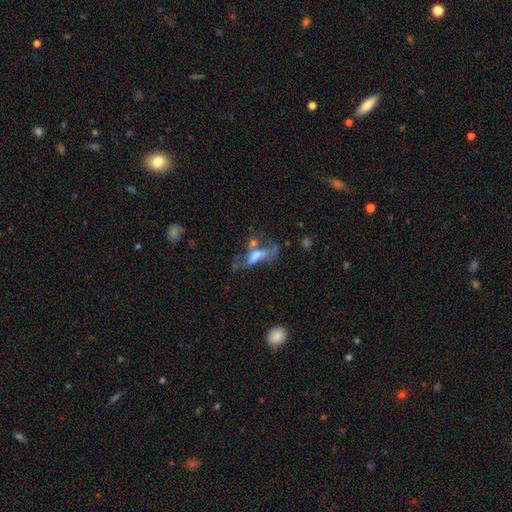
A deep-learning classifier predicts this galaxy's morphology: Overall: featured or disk (46%; smooth 41%). Merging: major disturbance (35%; merger 27%).